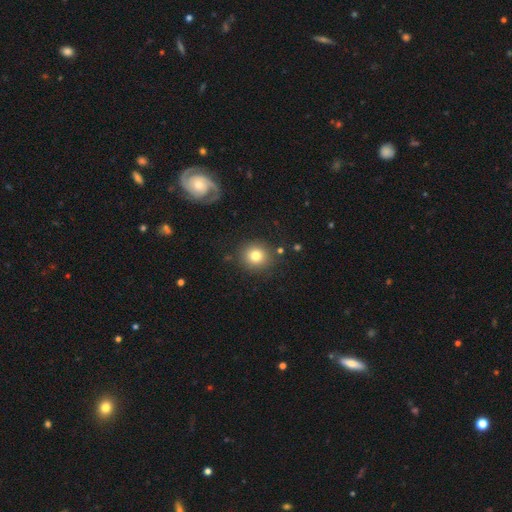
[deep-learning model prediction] Smooth or featured?
  - smooth: 79% *
  - star or artifact: 12%
  - featured or disk: 9%
How rounded?
  - round: 88% *
  - in between: 11%
  - cigar-shaped: 1%
Merging?
  - none: 86% *
  - minor disturbance: 8%
  - major disturbance: 3%
  - merger: 3%